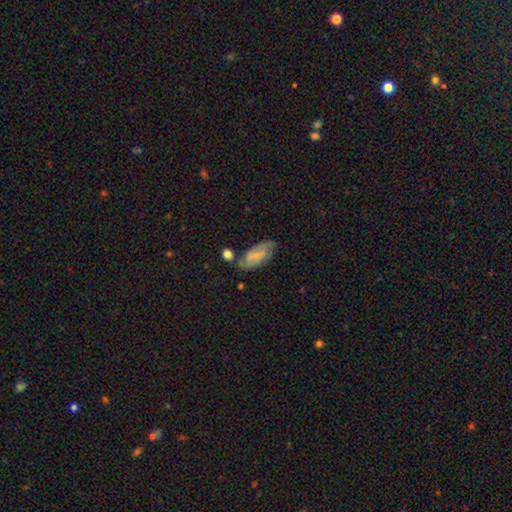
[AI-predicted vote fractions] Q: Smooth or featured?
A: featured or disk (57%); runner-up: smooth (36%)
Q: Edge-on disk?
A: no (93%); runner-up: yes (7%)
Q: Bar?
A: weak (45%); runner-up: no (41%)
Q: Spiral arms?
A: yes (88%); runner-up: no (12%)
Q: Bulge size?
A: small (65%); runner-up: moderate (19%)
Q: Merging?
A: none (66%); runner-up: minor disturbance (20%)